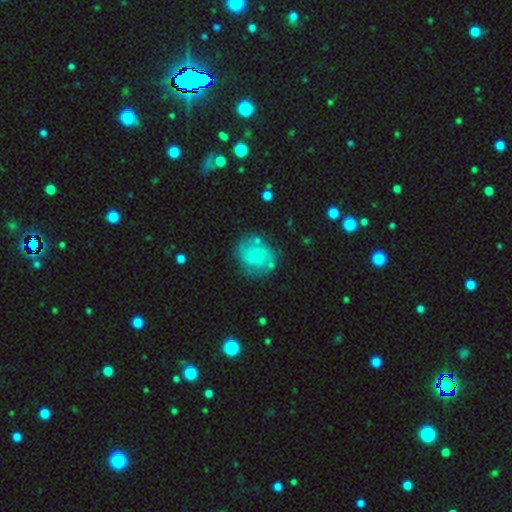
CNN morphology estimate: Overall: featured or disk (65%; smooth 28%). Edge-on disk: no (98%). Bar: no (68%). Spiral arms: yes (83%). Spiral arm count: 2 (59%; can't tell 22%). Spiral winding: medium (45%; tight 35%). Bulge size: small (72%). Merging: none (67%).